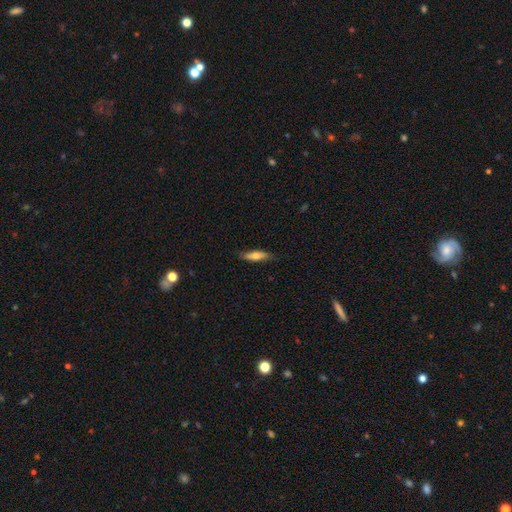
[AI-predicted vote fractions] A smooth galaxy with no disk features (64%) that is cigar-shaped (66%).

Vote fractions:
- Smooth or featured? smooth: 64% / featured or disk: 30% / star or artifact: 6%
- How rounded? cigar-shaped: 66% / in between: 32% / round: 2%
- Merging? none: 82% / minor disturbance: 14% / major disturbance: 2% / merger: 1%